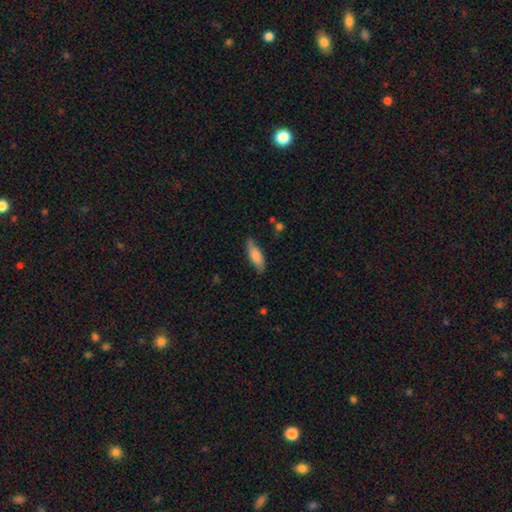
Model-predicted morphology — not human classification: A smooth galaxy with no disk features (79%) that is in between round and cigar-shaped (57%). Merging: none (78%).